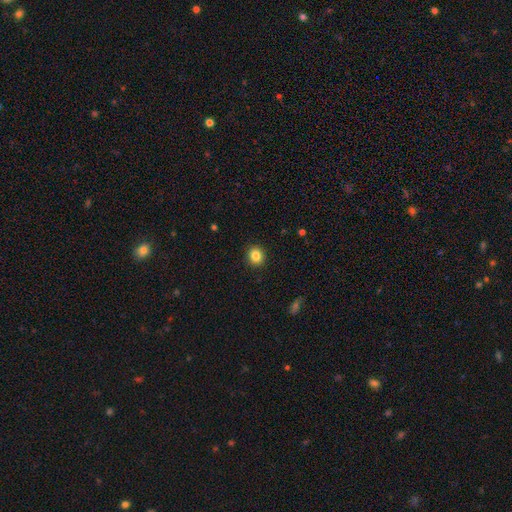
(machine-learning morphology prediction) This appears to be a smooth galaxy with no disk features (85%) that is round (83%). Merging: none (92%).